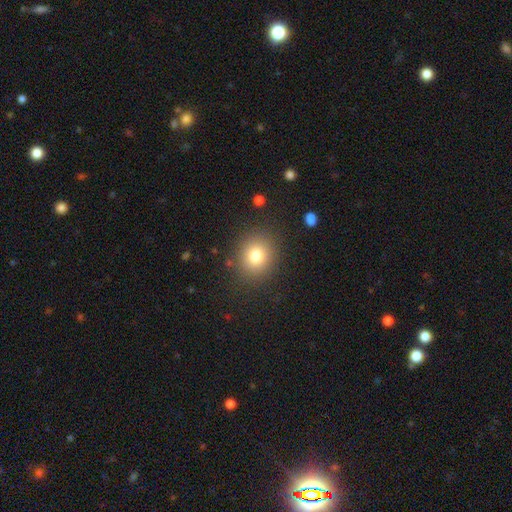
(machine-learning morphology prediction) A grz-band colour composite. It shows a smooth galaxy with no disk features (78%) that is round (77%). Merging: none (86%).